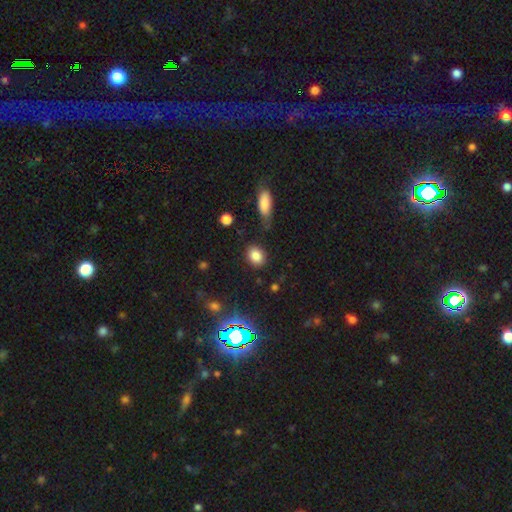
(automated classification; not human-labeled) smooth 82%, star or artifact 12%, featured or disk 6%. Down the decision tree: how rounded — in between (53%); merging — none (82%).